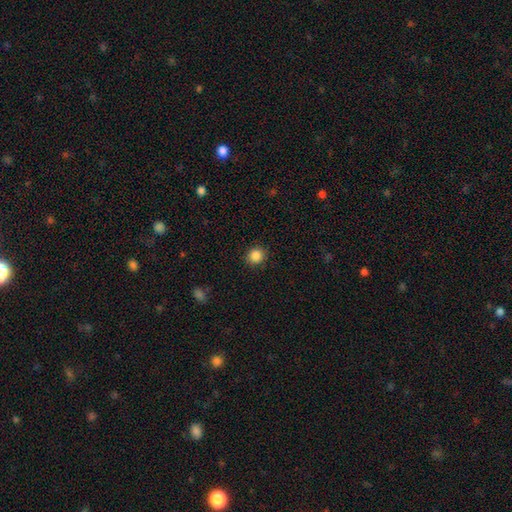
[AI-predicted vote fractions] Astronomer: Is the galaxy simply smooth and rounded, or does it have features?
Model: smooth — 86%.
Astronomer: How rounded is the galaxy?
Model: round — 88%.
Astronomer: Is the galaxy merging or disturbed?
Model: none — 91%.